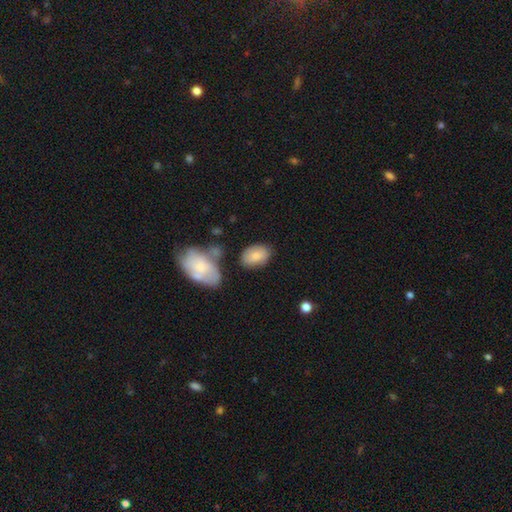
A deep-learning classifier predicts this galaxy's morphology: Smooth or featured? Predicted: smooth (p=0.80). How rounded? Predicted: in between (p=0.88). Merging? Predicted: none (p=0.71).